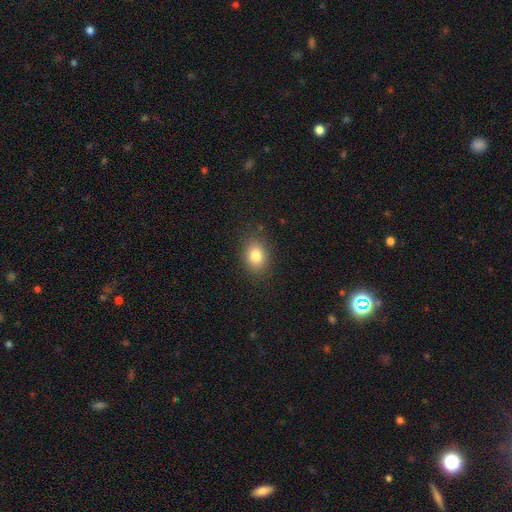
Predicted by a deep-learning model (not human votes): This is clearly a smooth galaxy (82%). How rounded: likely in between (60%). Merging: clearly none (86%).